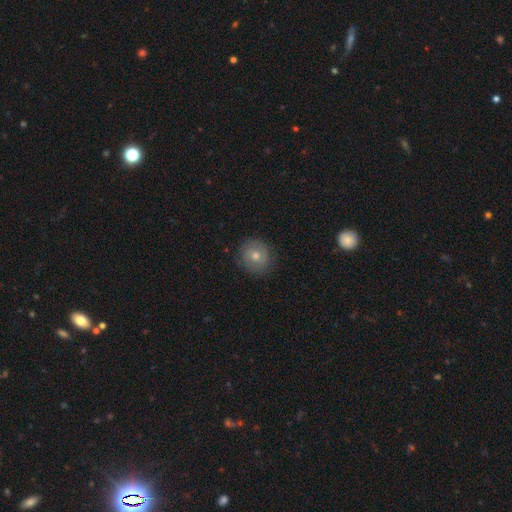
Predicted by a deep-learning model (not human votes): A smooth galaxy with no disk features (53%) that is round (90%). Merging: none (86%).